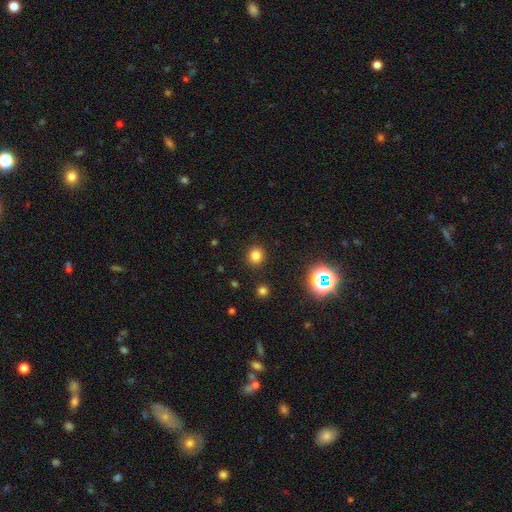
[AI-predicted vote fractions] A smooth galaxy with no disk features (78%) that is round (85%). Merging: none (90%).